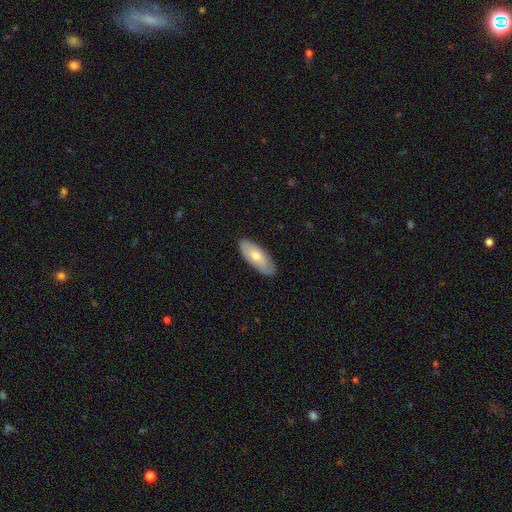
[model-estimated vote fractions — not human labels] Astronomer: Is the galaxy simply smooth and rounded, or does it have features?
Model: smooth — 66%.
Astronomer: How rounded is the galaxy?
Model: in between — 80%.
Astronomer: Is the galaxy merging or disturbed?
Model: none — 87%.